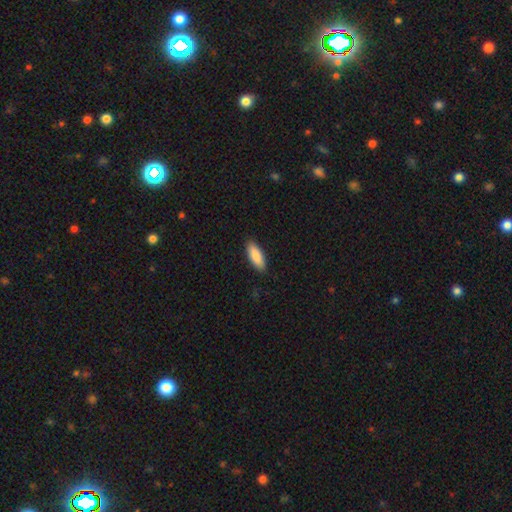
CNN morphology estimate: smooth 87%, featured or disk 8%, star or artifact 5%. Down the decision tree: how rounded — in between (71%); merging — none (89%).